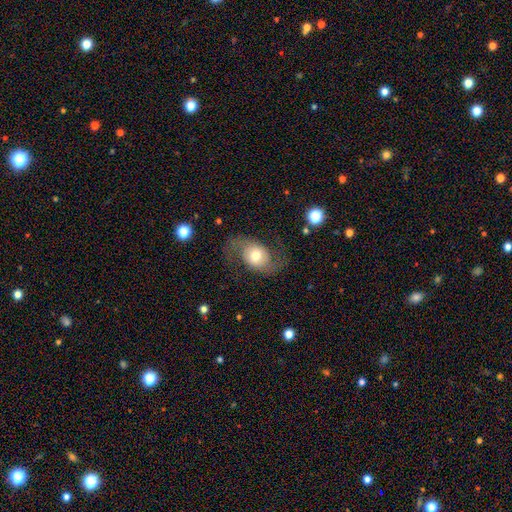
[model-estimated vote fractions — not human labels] Smooth or featured?
  - featured or disk: 72% *
  - smooth: 20%
  - star or artifact: 8%
Edge-on disk?
  - no: 97% *
  - yes: 3%
Bar?
  - no: 68% *
  - weak: 25%
  - strong: 7%
Spiral arms?
  - yes: 92% *
  - no: 8%
Spiral winding?
  - loose: 59% *
  - medium: 33%
  - tight: 8%
Spiral arm count?
  - 2: 92% *
  - can't tell: 3%
  - 1: 2%
  - 3: 1%
  - 4: 1%
  - more than 4: 1%
Bulge size?
  - moderate: 62% *
  - small: 20%
  - large: 13%
  - dominant: 3%
  - none: 1%
Merging?
  - none: 68% *
  - minor disturbance: 16%
  - major disturbance: 14%
  - merger: 2%